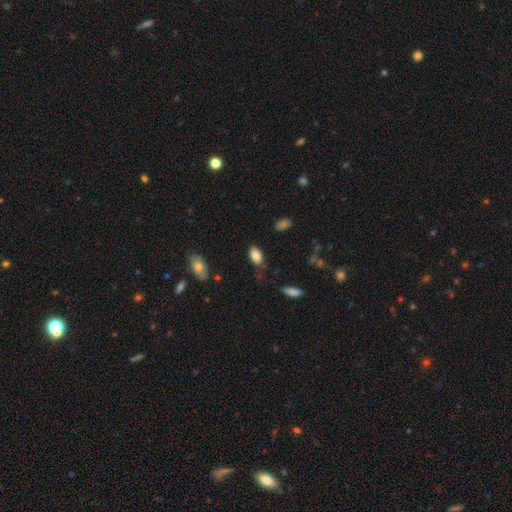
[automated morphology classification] Smooth or featured: smooth — 83% (featured or disk — 9%)
How rounded: in between — 93% (round — 5%)
Merging: none — 69% (minor disturbance — 23%)